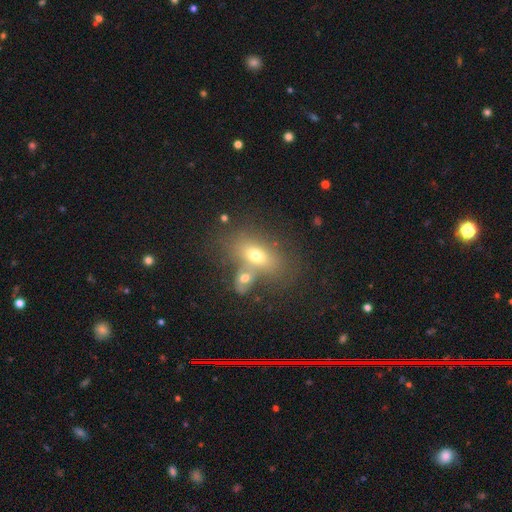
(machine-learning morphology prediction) Smooth or featured? Predicted: smooth (p=0.65). How rounded? Predicted: in between (p=0.83). Merging? Predicted: none (p=0.43).